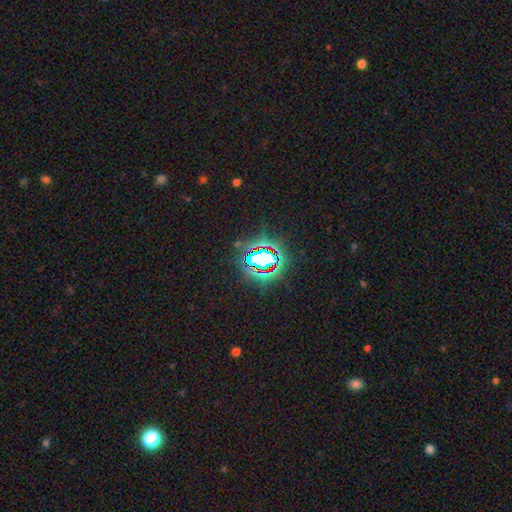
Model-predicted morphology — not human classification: star or artifact 80%, smooth 12%, featured or disk 8%.